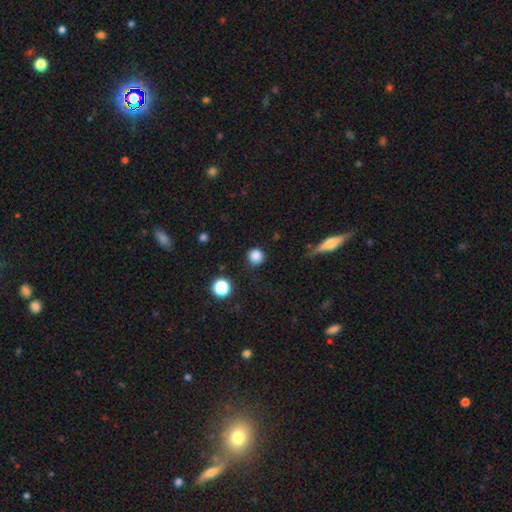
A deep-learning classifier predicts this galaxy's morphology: smooth-or-featured: smooth: 84% | star or artifact: 12% | featured or disk: 4%
  how-rounded: round: 93% | in between: 6% | cigar-shaped: 1%
  merging: none: 84% | minor disturbance: 11% | major disturbance: 4% | merger: 2%